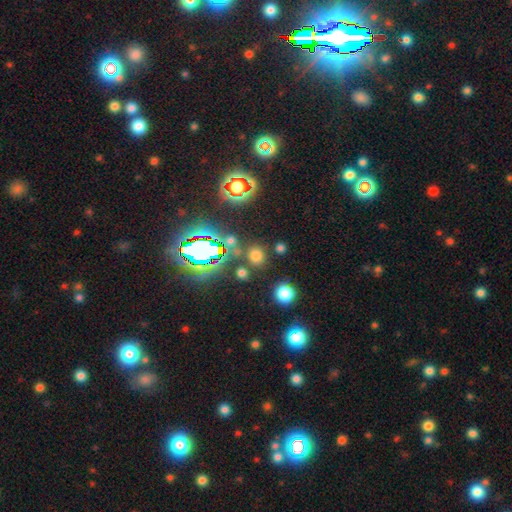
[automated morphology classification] smooth_or_featured: smooth (p=0.62) [alt: star or artifact p=0.31]
how_rounded: round (p=0.87) [alt: in between p=0.12]
merging: none (p=0.82) [alt: minor disturbance p=0.07]